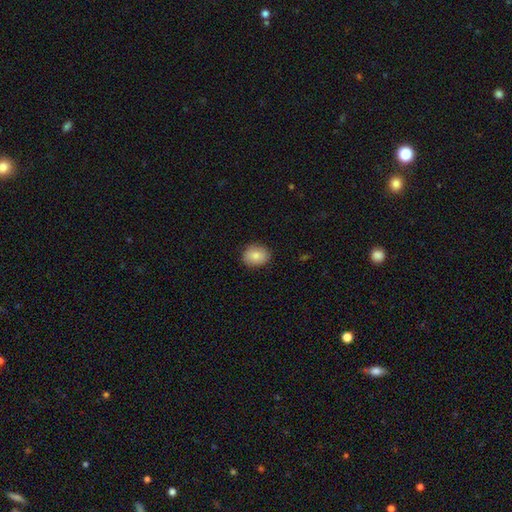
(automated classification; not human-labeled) Smooth or featured? Predicted: smooth (p=0.84). How rounded? Predicted: round (p=0.52). Merging? Predicted: none (p=0.88).